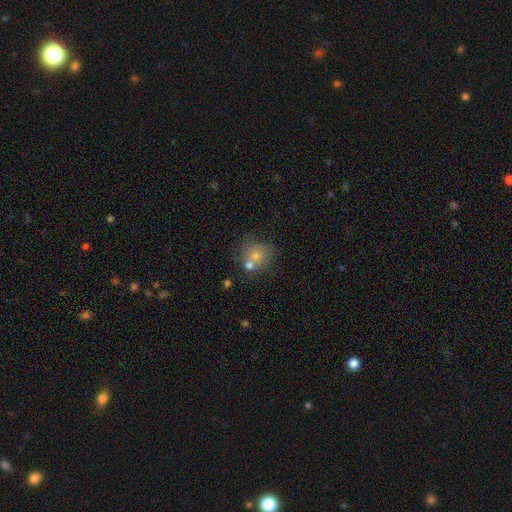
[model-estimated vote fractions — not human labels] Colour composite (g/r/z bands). It shows a smooth galaxy with no disk features (63%) that is round (80%). Merging: none (53%).